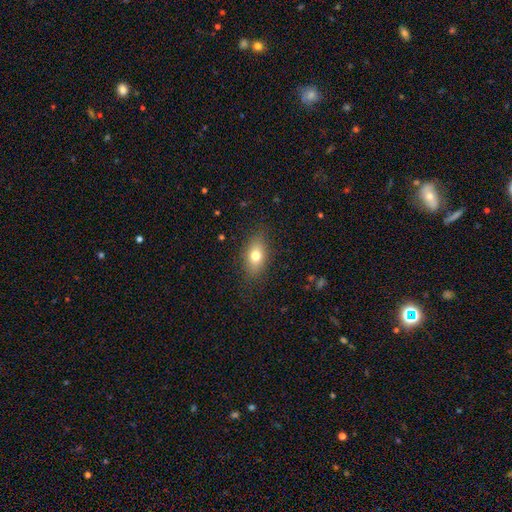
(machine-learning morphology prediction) Smooth or featured? smooth (74%)
How rounded? in between (82%)
Merging? none (83%)